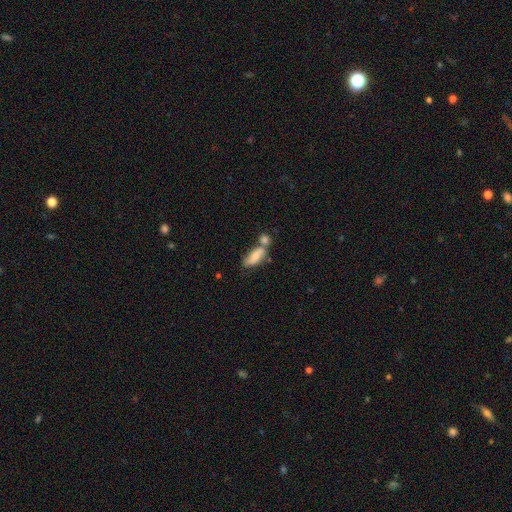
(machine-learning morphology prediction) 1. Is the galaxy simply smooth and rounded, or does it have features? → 65% smooth, 28% featured or disk, 8% star or artifact.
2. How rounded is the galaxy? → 75% in between, 21% cigar-shaped, 4% round.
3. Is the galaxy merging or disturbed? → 43% merger, 36% none, 15% minor disturbance, 6% major disturbance.